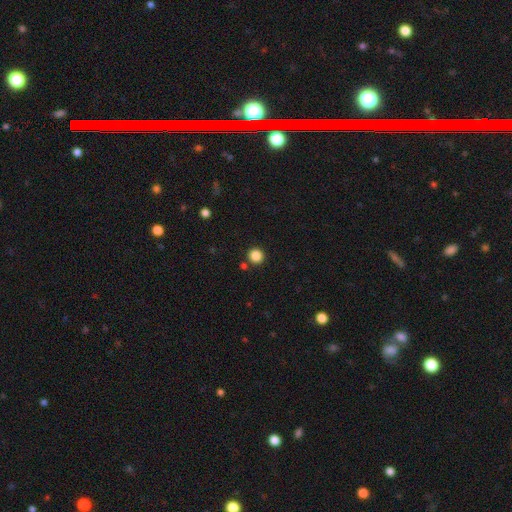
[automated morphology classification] smooth-or-featured: smooth: 86% | star or artifact: 11% | featured or disk: 3%
  how-rounded: round: 93% | in between: 6% | cigar-shaped: 1%
  merging: none: 88% | minor disturbance: 6% | merger: 4% | major disturbance: 2%